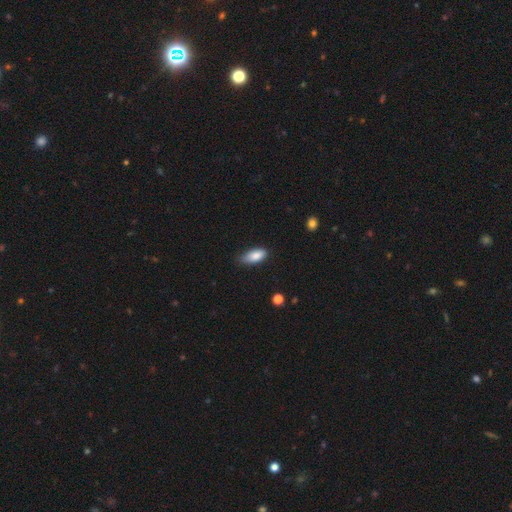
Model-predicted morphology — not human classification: This is clearly a smooth galaxy (86%). How rounded: clearly in between (86%). Merging: likely none (66%).